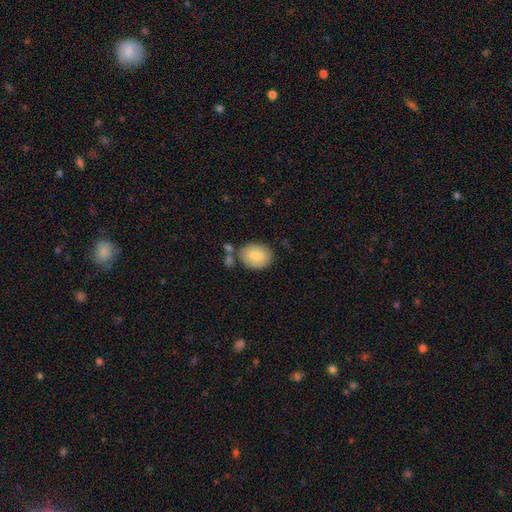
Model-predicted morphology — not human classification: Smooth or featured? smooth (83%)
How rounded? in between (63%)
Merging? none (74%)